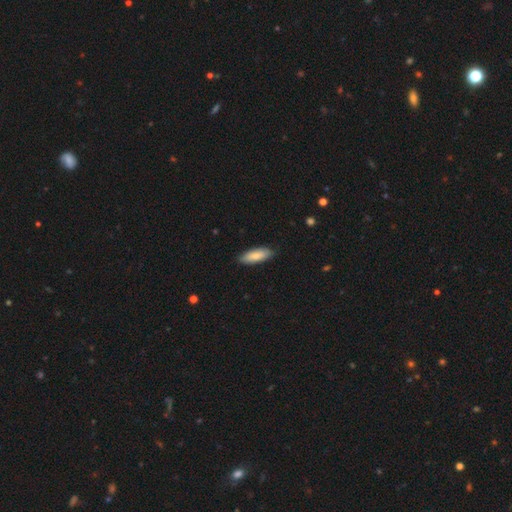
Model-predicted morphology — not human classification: Smooth or featured: smooth — 83% (featured or disk — 12%)
How rounded: in between — 64% (cigar-shaped — 34%)
Merging: none — 85% (minor disturbance — 12%)